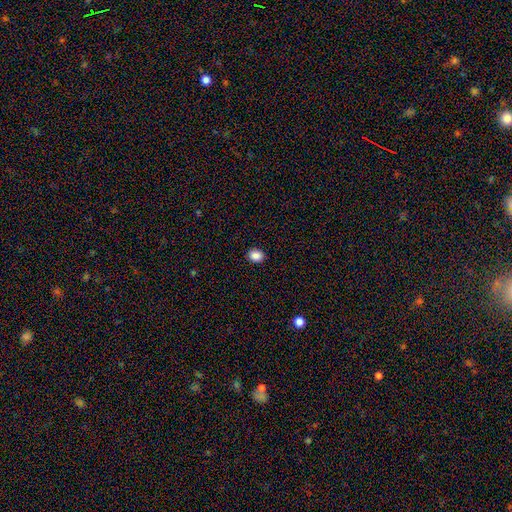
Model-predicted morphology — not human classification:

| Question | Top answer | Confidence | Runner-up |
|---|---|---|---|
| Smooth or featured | smooth | 88% | star or artifact (9%) |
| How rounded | in between | 51% | round (48%) |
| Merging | none | 91% | minor disturbance (7%) |